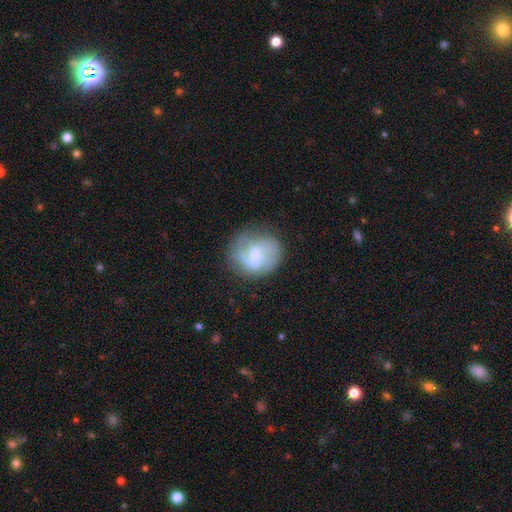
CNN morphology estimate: Smooth or featured? featured or disk (60%)
Edge-on disk? no (98%)
Bar? weak (54%)
Spiral arms? yes (80%)
Bulge size? moderate (36%)
Merging? none (62%)